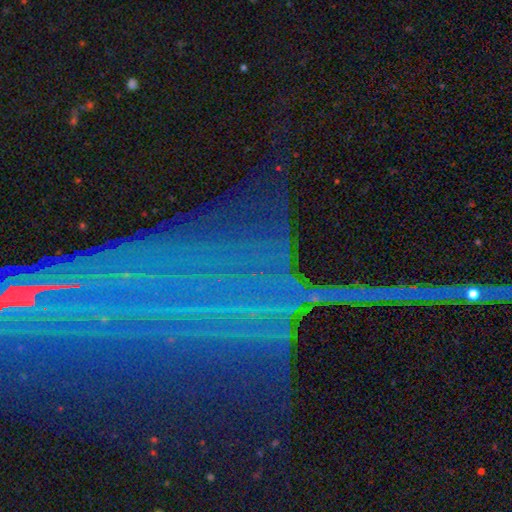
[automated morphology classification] type=star or artifact (81%).